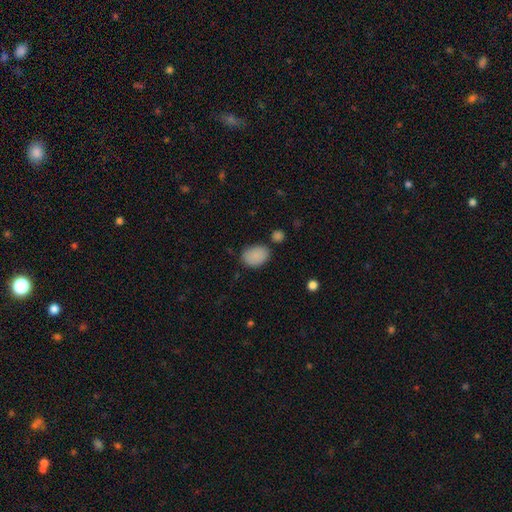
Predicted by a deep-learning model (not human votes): The model was most divided on "merging": none: 75%, minor disturbance: 16%, merger: 5%, major disturbance: 4%. More confident: smooth or featured — smooth (88%); how rounded — in between (81%).